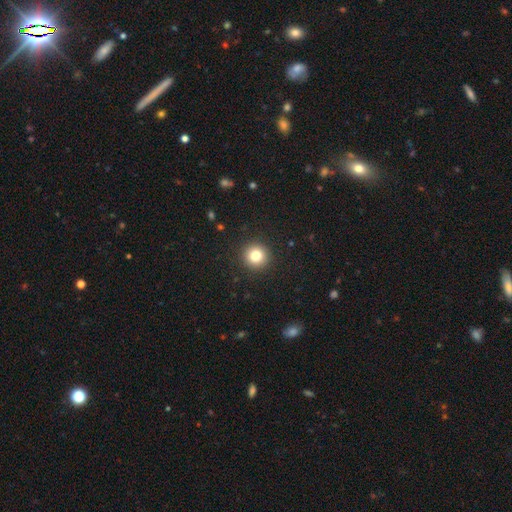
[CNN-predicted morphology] Smooth or featured? Predicted: smooth (p=0.81). How rounded? Predicted: round (p=0.95). Merging? Predicted: none (p=0.92).